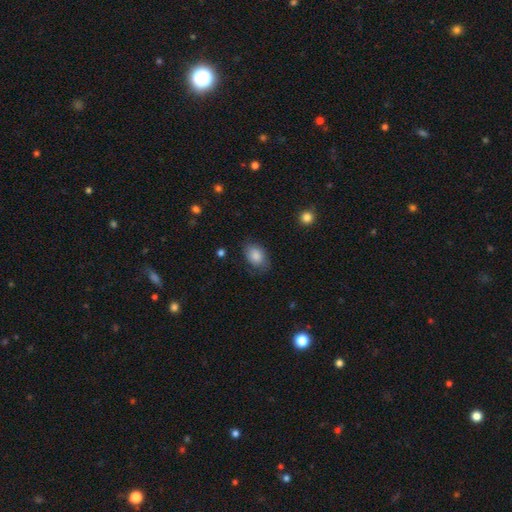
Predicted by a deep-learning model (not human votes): Smooth or featured?
  - smooth: 82% *
  - featured or disk: 10%
  - star or artifact: 7%
How rounded?
  - in between: 82% *
  - round: 17%
  - cigar-shaped: 1%
Merging?
  - none: 69% *
  - minor disturbance: 23%
  - major disturbance: 7%
  - merger: 1%